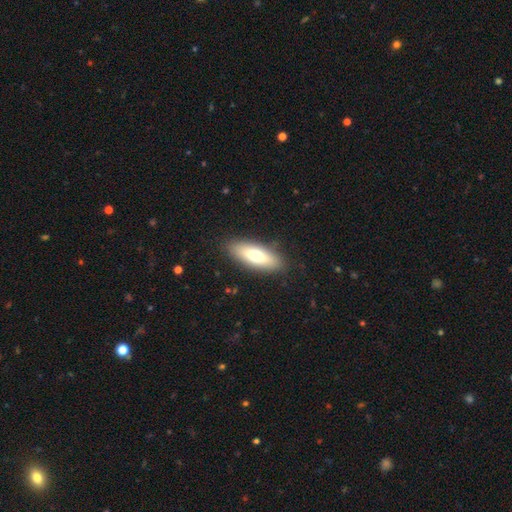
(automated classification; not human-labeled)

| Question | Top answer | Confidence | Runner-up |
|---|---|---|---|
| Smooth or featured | smooth | 67% | featured or disk (27%) |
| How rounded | in between | 61% | cigar-shaped (36%) |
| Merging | none | 88% | minor disturbance (9%) |